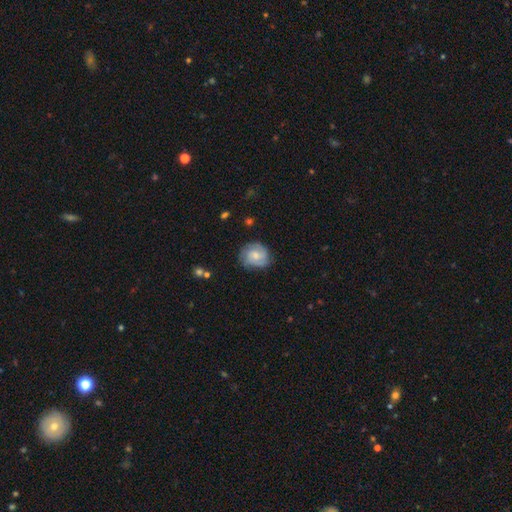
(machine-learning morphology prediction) This appears to be a featured or disk galaxy (48%). Merging: none (71%).